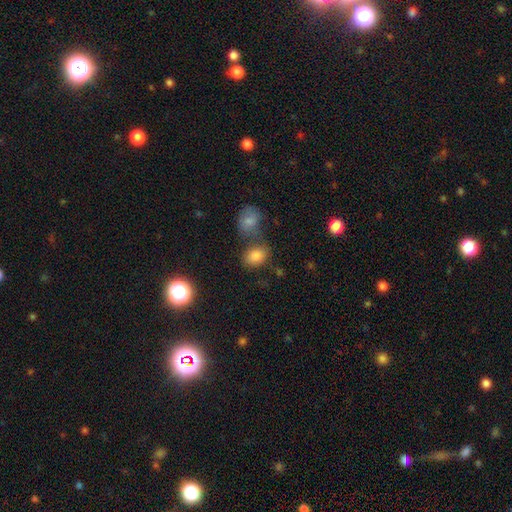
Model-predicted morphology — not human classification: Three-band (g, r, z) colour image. It shows a smooth galaxy with no disk features (83%) that is in between round and cigar-shaped (71%). Merging: none (55%).